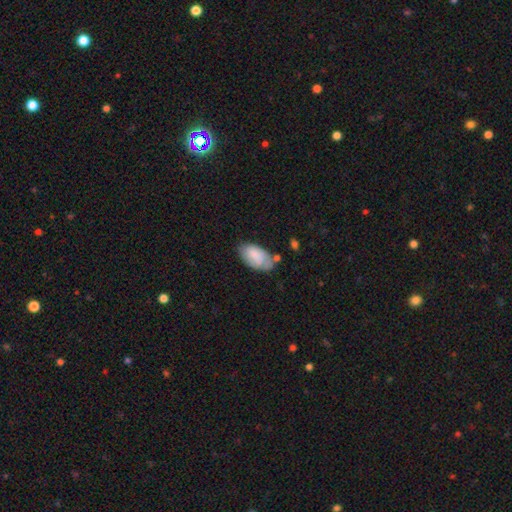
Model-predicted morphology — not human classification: The model was most divided on "merging": none: 53%, minor disturbance: 30%, major disturbance: 9%, merger: 8%. More confident: how rounded — in between (95%); smooth or featured — smooth (74%).